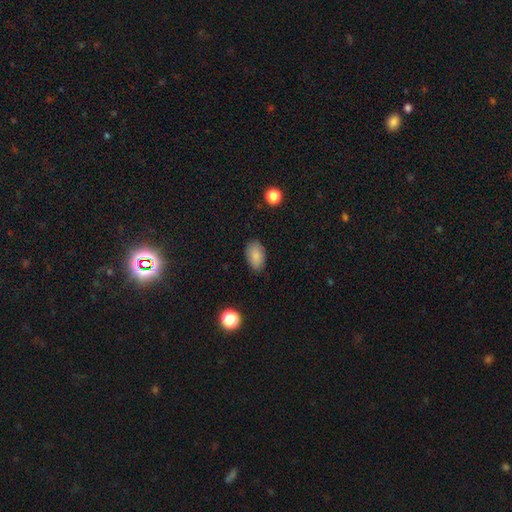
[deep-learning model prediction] smooth-or-featured: smooth: 85% | star or artifact: 8% | featured or disk: 7%
  how-rounded: in between: 91% | round: 7% | cigar-shaped: 1%
  merging: none: 81% | minor disturbance: 15% | major disturbance: 3% | merger: 1%